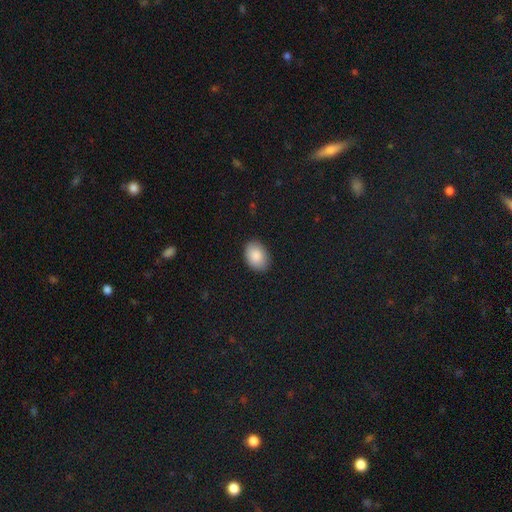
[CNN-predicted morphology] Smooth or featured? smooth (89%)
How rounded? in between (80%)
Merging? none (87%)